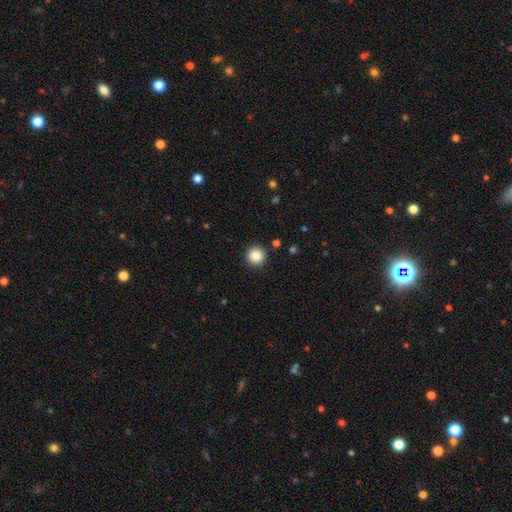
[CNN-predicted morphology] The model was most divided on "smooth or featured": smooth: 86%, star or artifact: 10%, featured or disk: 4%. More confident: how rounded — round (96%); merging — none (92%).